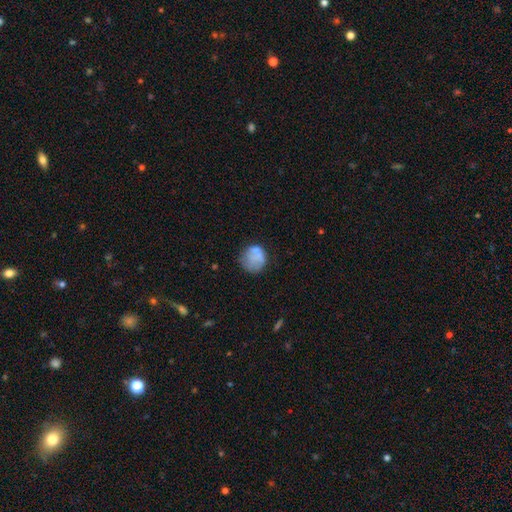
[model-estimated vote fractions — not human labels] Smooth or featured?
  - smooth: 71% *
  - featured or disk: 20%
  - star or artifact: 9%
How rounded?
  - round: 83% *
  - in between: 16%
  - cigar-shaped: 1%
Merging?
  - none: 55% *
  - minor disturbance: 27%
  - major disturbance: 14%
  - merger: 4%